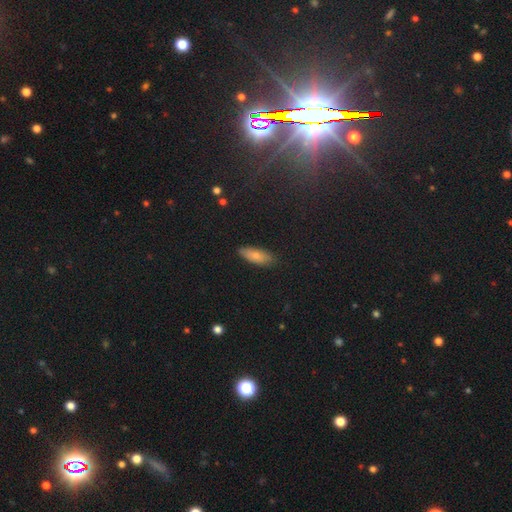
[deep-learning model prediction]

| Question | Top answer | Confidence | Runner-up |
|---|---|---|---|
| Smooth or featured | smooth | 79% | featured or disk (13%) |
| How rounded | in between | 72% | cigar-shaped (25%) |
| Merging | none | 85% | minor disturbance (12%) |